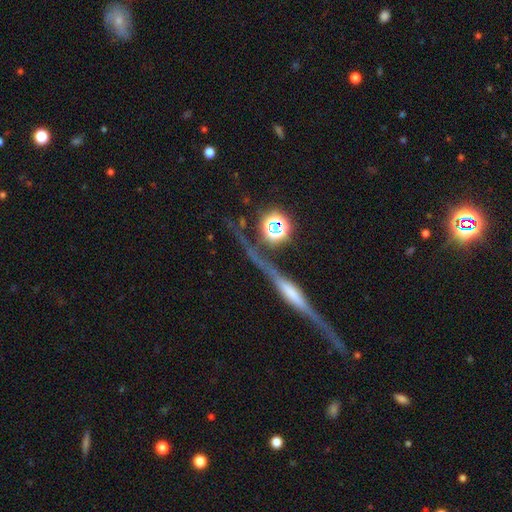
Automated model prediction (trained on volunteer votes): Q: Smooth or featured?
A: featured or disk (82%); runner-up: star or artifact (10%)
Q: Edge-on disk?
A: yes (93%); runner-up: no (7%)
Q: Edge-on bulge?
A: rounded (64%); runner-up: boxy (24%)
Q: Merging?
A: none (78%); runner-up: minor disturbance (13%)